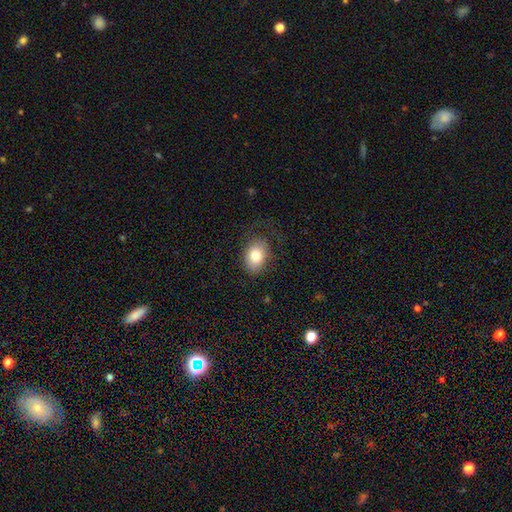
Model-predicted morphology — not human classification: Smooth or featured? smooth (80%)
How rounded? in between (74%)
Merging? none (70%)